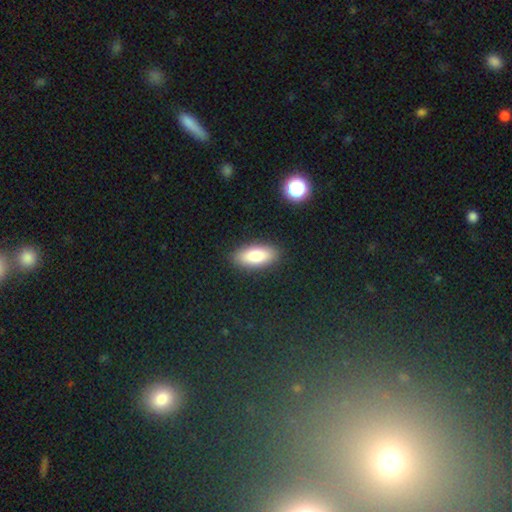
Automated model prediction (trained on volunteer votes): A smooth galaxy with no disk features (81%) that is in between round and cigar-shaped (84%). Merging: none (88%).